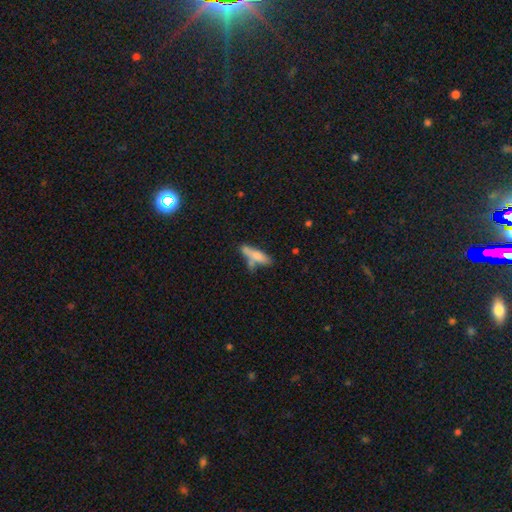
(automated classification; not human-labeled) Overall: smooth (71%). How rounded: cigar-shaped (71%). Merging: none (49%; merger 25%).